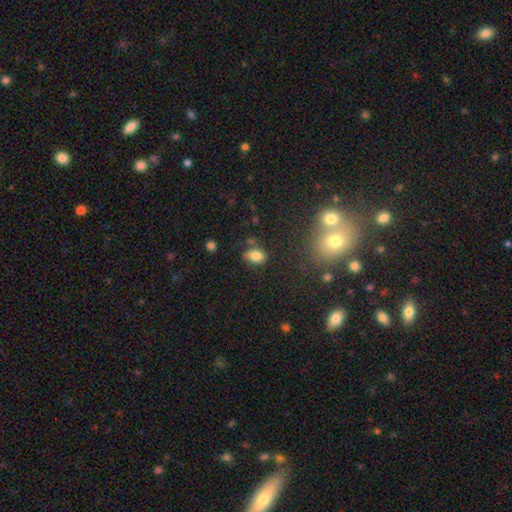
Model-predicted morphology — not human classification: Smooth or featured: smooth — 81% (star or artifact — 11%)
How rounded: in between — 79% (round — 19%)
Merging: none — 66% (minor disturbance — 21%)